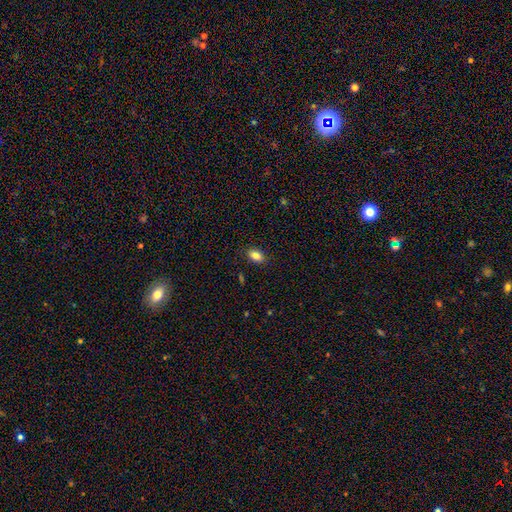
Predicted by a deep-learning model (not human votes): smooth 83%, star or artifact 9%, featured or disk 8%. Down the decision tree: how rounded — in between (88%); merging — none (88%).